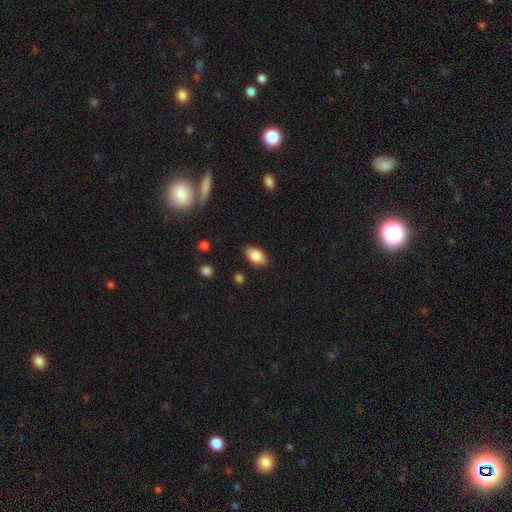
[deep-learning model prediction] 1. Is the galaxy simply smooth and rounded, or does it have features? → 85% smooth, 8% featured or disk, 7% star or artifact.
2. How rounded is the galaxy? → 91% in between, 7% round, 2% cigar-shaped.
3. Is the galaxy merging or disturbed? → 85% none, 11% minor disturbance, 2% major disturbance, 2% merger.